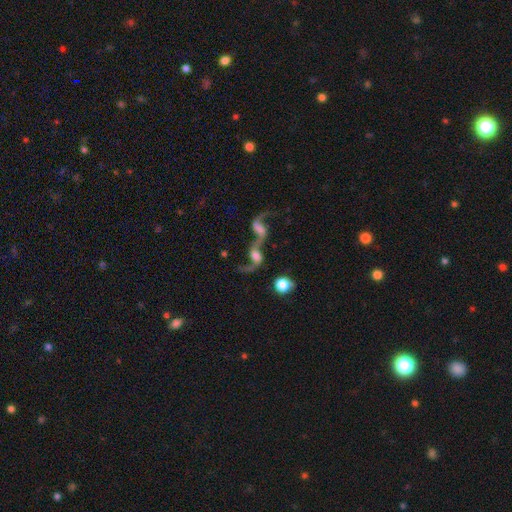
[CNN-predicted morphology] The model was most divided on "bulge size": moderate: 31%, large: 23%, none: 21%, small: 20%, dominant: 5%. More confident: edge-on disk — no (92%); spiral arms — yes (77%); merging — merger (68%); smooth or featured — featured or disk (67%); bar — no (57%).